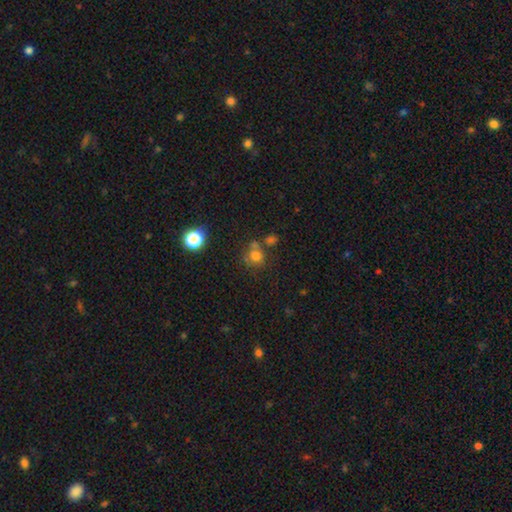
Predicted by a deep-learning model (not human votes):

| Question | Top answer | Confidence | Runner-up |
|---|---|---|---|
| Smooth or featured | smooth | 69% | star or artifact (17%) |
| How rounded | round | 80% | in between (19%) |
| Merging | none | 51% | merger (25%) |